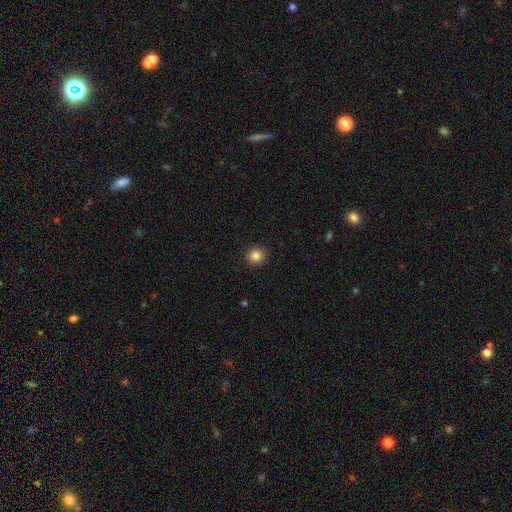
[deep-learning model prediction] smooth_or_featured: smooth (p=0.84) [alt: star or artifact p=0.11]
how_rounded: round (p=0.90) [alt: in between p=0.09]
merging: none (p=0.92) [alt: minor disturbance p=0.06]